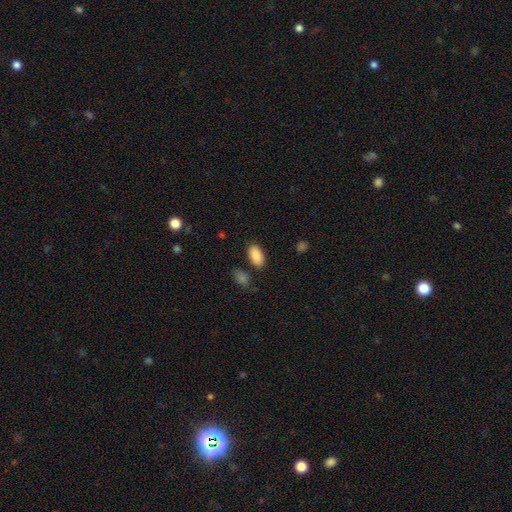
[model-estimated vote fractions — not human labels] smooth 88%, star or artifact 7%, featured or disk 4%. Down the decision tree: how rounded — in between (94%); merging — none (83%).